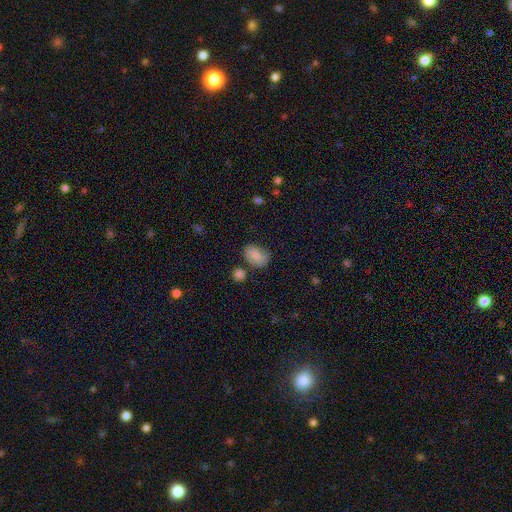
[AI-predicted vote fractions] Smooth or featured? Predicted: smooth (p=0.81). How rounded? Predicted: in between (p=0.79). Merging? Predicted: none (p=0.69).